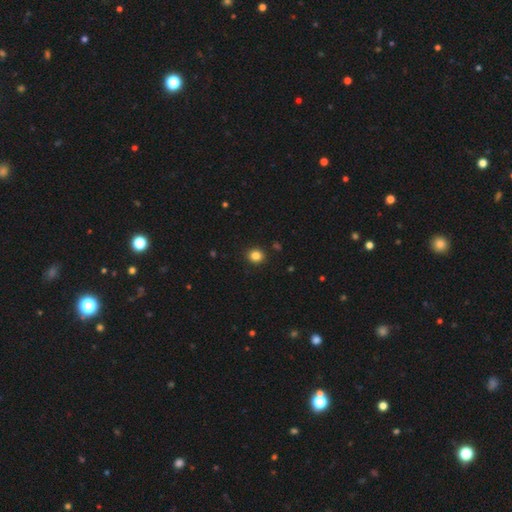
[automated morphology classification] Smooth or featured? Predicted: smooth (p=0.84). How rounded? Predicted: round (p=0.84). Merging? Predicted: none (p=0.92).